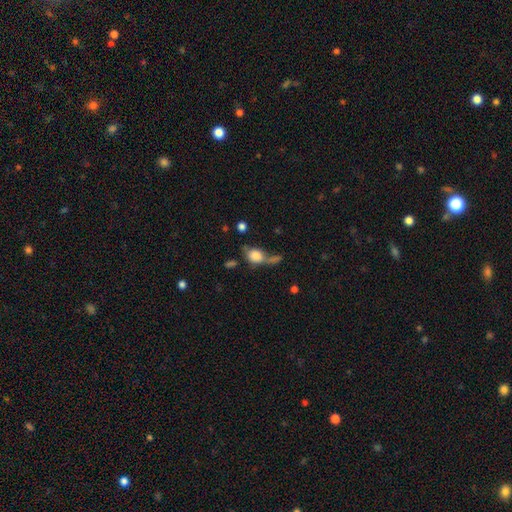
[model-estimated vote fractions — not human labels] Smooth or featured? Predicted: smooth (p=0.76). How rounded? Predicted: round (p=0.49). Merging? Predicted: merger (p=0.35).